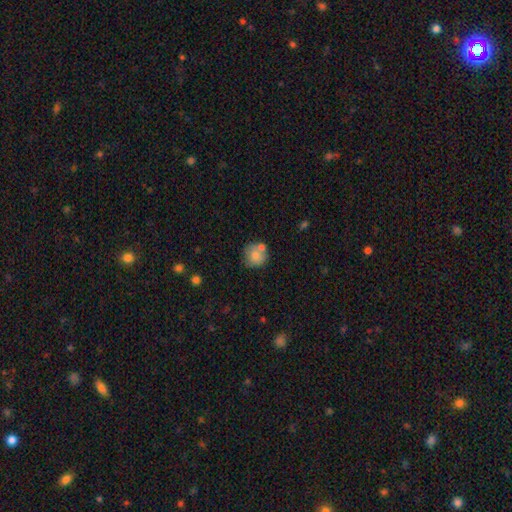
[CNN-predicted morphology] smooth 77%, featured or disk 15%, star or artifact 8%. Down the decision tree: how rounded — round (88%); merging — none (61%).